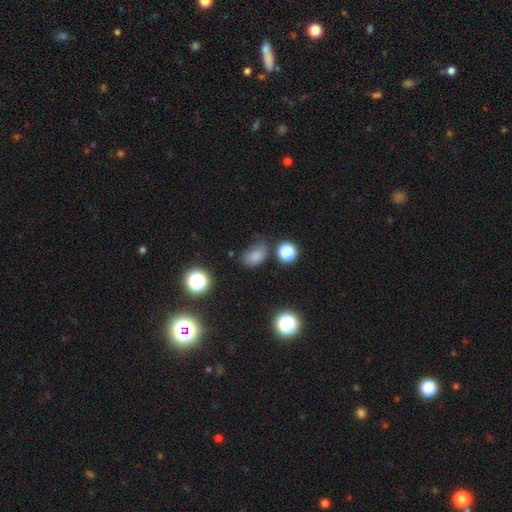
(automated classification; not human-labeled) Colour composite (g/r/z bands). It shows a smooth galaxy with no disk features (75%) that is in between round and cigar-shaped (79%). Merging: none (46%).